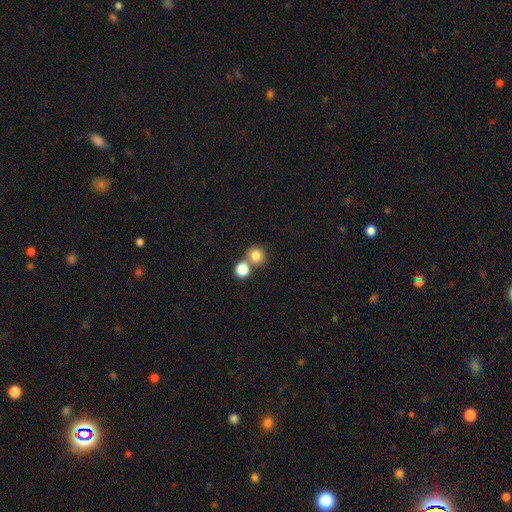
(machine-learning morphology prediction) Smooth or featured? Predicted: smooth (p=0.81). How rounded? Predicted: round (p=0.85). Merging? Predicted: none (p=0.51).